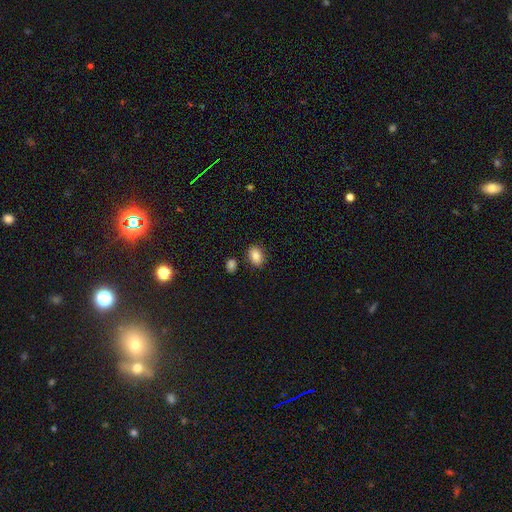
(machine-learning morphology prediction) smooth 85%, star or artifact 8%, featured or disk 7%. Down the decision tree: how rounded — in between (80%); merging — none (84%).